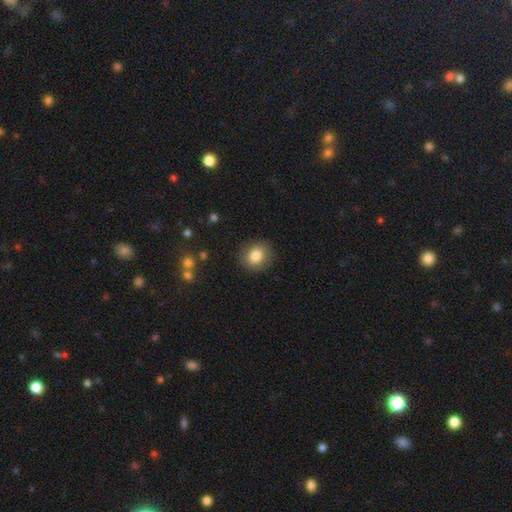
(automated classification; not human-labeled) smooth_or_featured: smooth (p=0.82) [alt: star or artifact p=0.09]
how_rounded: round (p=0.74) [alt: in between p=0.25]
merging: none (p=0.87) [alt: minor disturbance p=0.09]